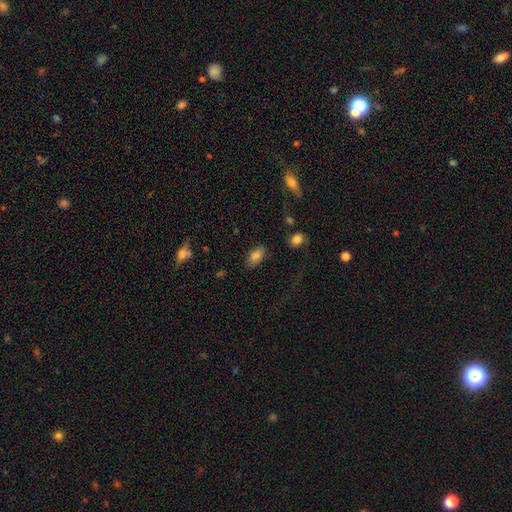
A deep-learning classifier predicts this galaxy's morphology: A smooth galaxy with no disk features (82%) that is in between round and cigar-shaped (91%). Merging: none (82%).